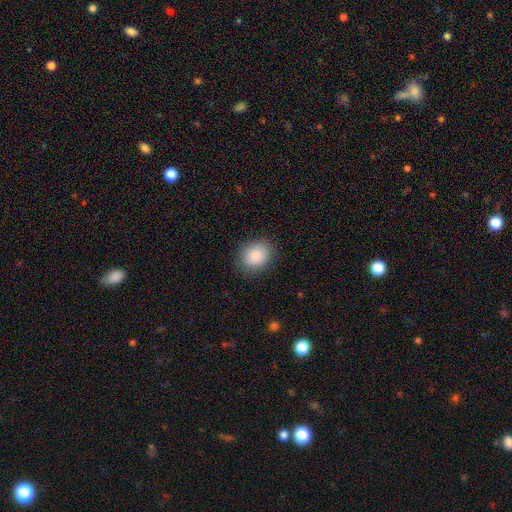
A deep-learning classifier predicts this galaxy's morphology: This is clearly a smooth galaxy (87%). How rounded: possibly round (57%). Merging: clearly none (85%).